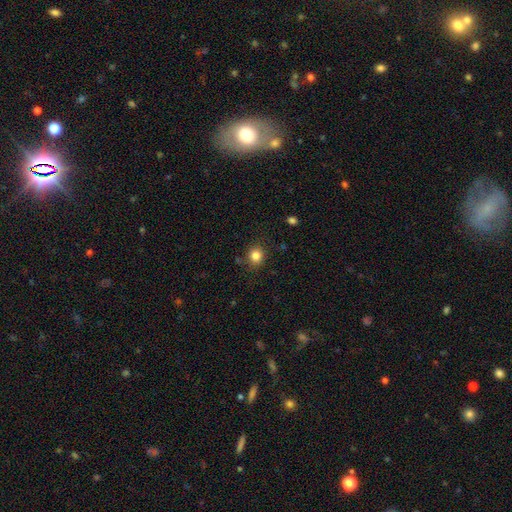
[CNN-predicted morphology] Overall: smooth (83%). How rounded: round (82%). Merging: none (85%).